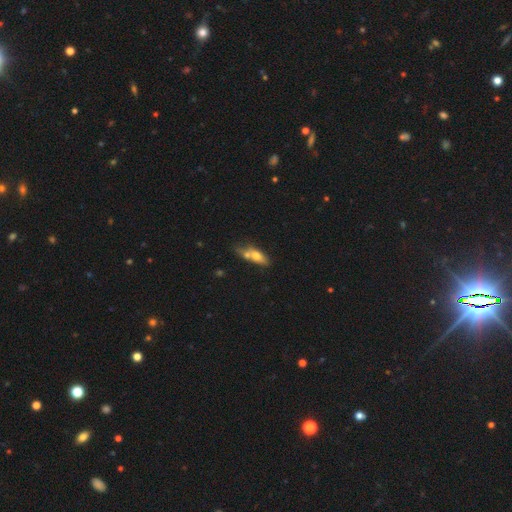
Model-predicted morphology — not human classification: A smooth galaxy with no disk features (59%) that is in between round and cigar-shaped (60%). Merging: merger (41%).